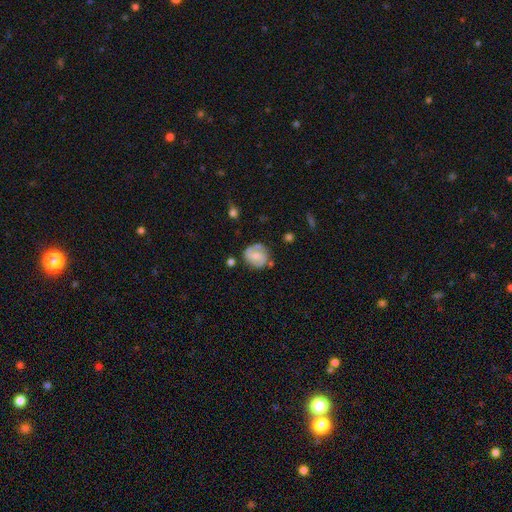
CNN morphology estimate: Smooth or featured? Predicted: featured or disk (p=0.70). Edge-on disk? Predicted: no (p=0.98). Bar? Predicted: no (p=0.47). Spiral arms? Predicted: yes (p=0.92). Spiral winding? Predicted: medium (p=0.45). Spiral arm count? Predicted: 2 (p=0.84). Bulge size? Predicted: moderate (p=0.43). Merging? Predicted: none (p=0.75).